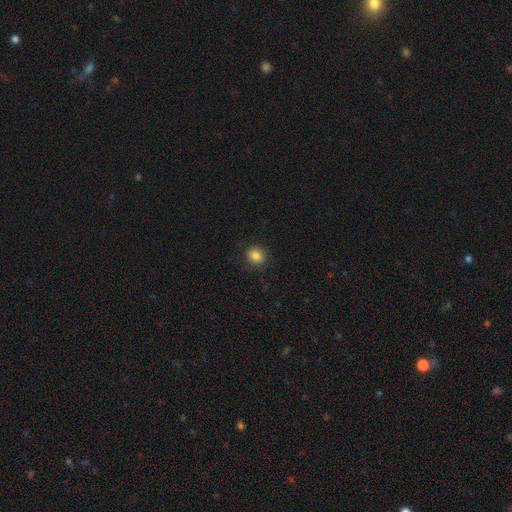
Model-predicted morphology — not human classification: type=smooth (84%); roundness=round (79%); merging=none (87%).